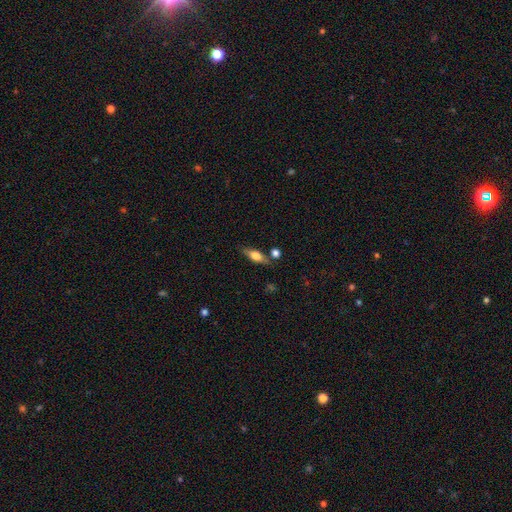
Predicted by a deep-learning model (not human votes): The model was most divided on "smooth or featured": smooth: 65%, featured or disk: 27%, star or artifact: 8%. More confident: merging — none (71%); how rounded — in between (68%).